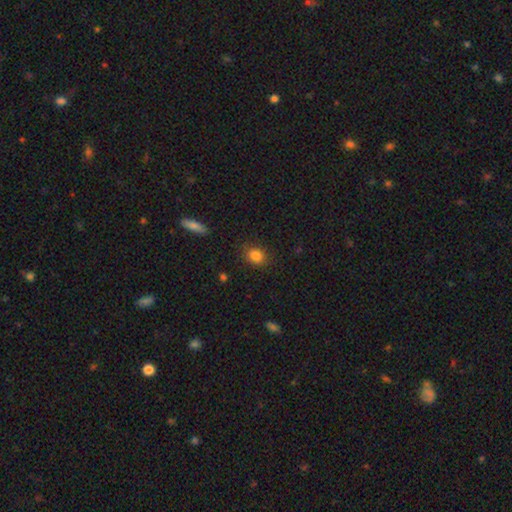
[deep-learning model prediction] smooth 83%, star or artifact 11%, featured or disk 6%. Down the decision tree: how rounded — round (51%); merging — none (82%).